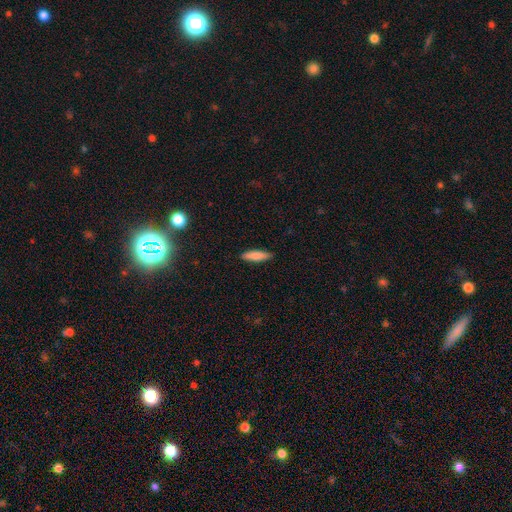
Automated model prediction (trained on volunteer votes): smooth_or_featured: smooth (p=0.82) [alt: featured or disk p=0.12]
how_rounded: cigar-shaped (p=0.68) [alt: in between p=0.30]
merging: none (p=0.89) [alt: minor disturbance p=0.08]